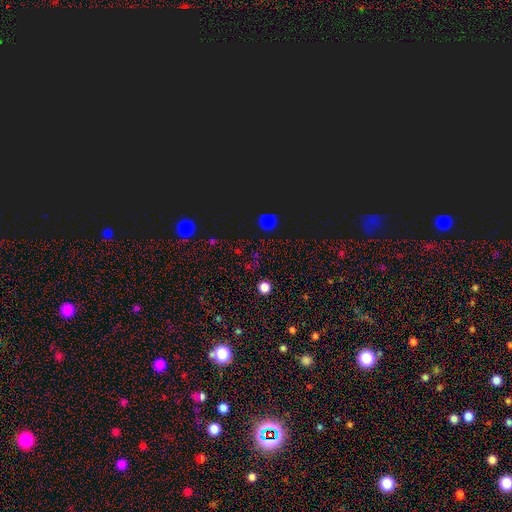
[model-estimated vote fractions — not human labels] smooth_or_featured: smooth (p=0.48) [alt: star or artifact p=0.46]
merging: none (p=0.87) [alt: minor disturbance p=0.07]